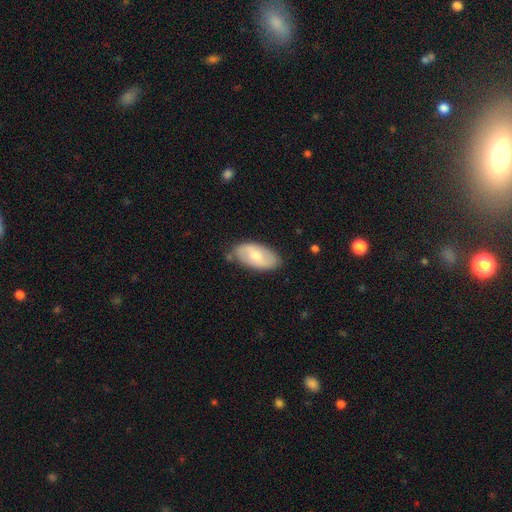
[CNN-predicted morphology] A smooth galaxy with no disk features (54%) that is in between round and cigar-shaped (94%). Merging: none (75%).